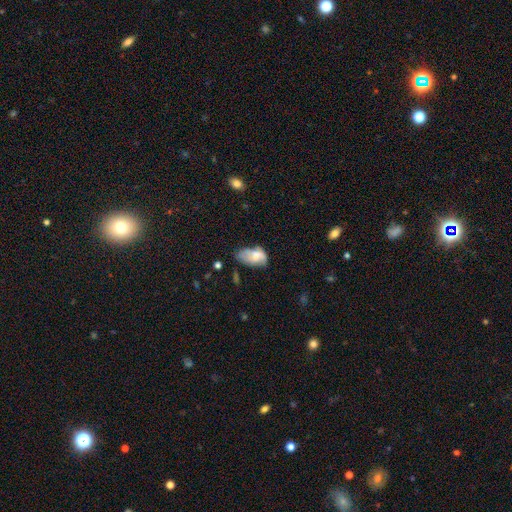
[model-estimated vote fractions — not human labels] A smooth galaxy with no disk features (62%) that is in between round and cigar-shaped (91%). Merging: minor disturbance (38%).